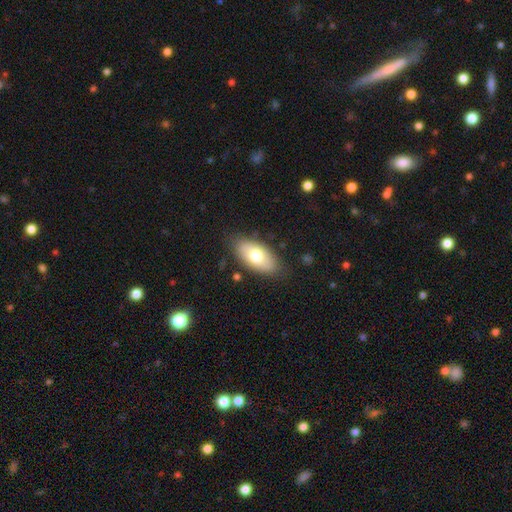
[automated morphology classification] Smooth or featured? Predicted: smooth (p=0.71). How rounded? Predicted: in between (p=0.92). Merging? Predicted: none (p=0.82).